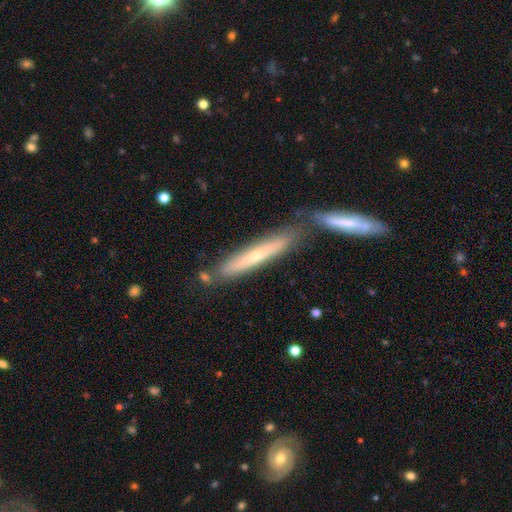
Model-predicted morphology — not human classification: smooth_or_featured: featured or disk (p=0.48) [alt: smooth p=0.45]
merging: none (p=0.64) [alt: merger p=0.21]